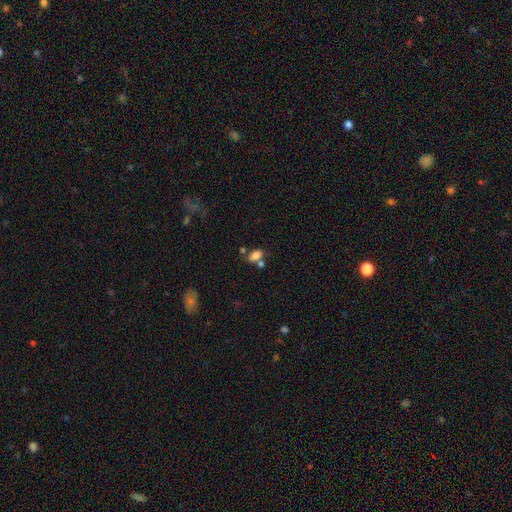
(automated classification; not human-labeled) Overall: smooth (78%). How rounded: in between (87%). Merging: none (49%; merger 31%).